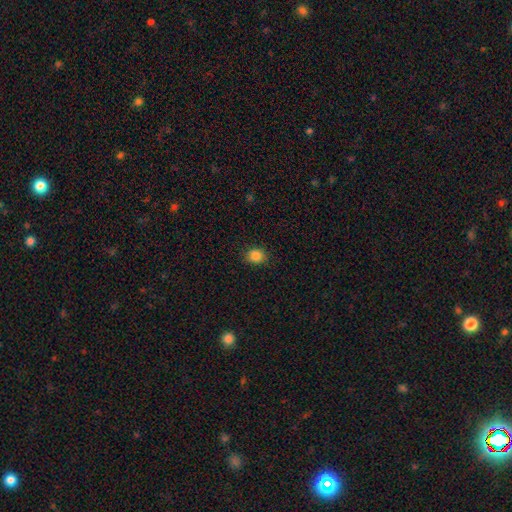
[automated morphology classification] Q: Smooth or featured?
A: smooth (85%); runner-up: star or artifact (11%)
Q: How rounded?
A: round (64%); runner-up: in between (35%)
Q: Merging?
A: none (87%); runner-up: minor disturbance (10%)